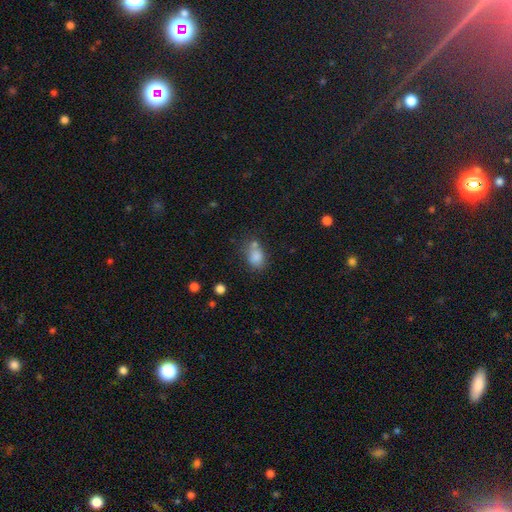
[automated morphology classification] A smooth galaxy with no disk features (80%) that is in between round and cigar-shaped (69%). Merging: none (48%).